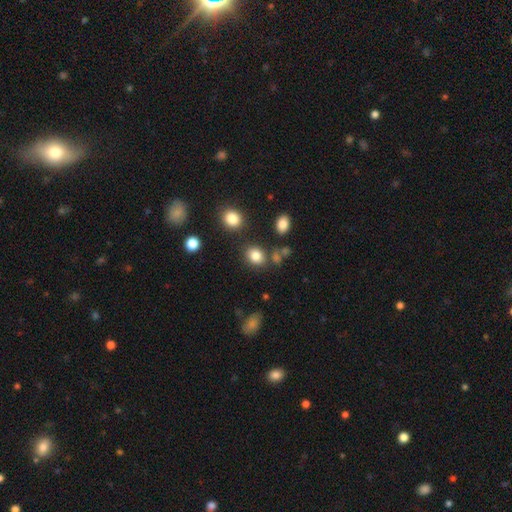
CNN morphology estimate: A smooth galaxy with no disk features (82%) that is round (59%). Merging: none (77%).